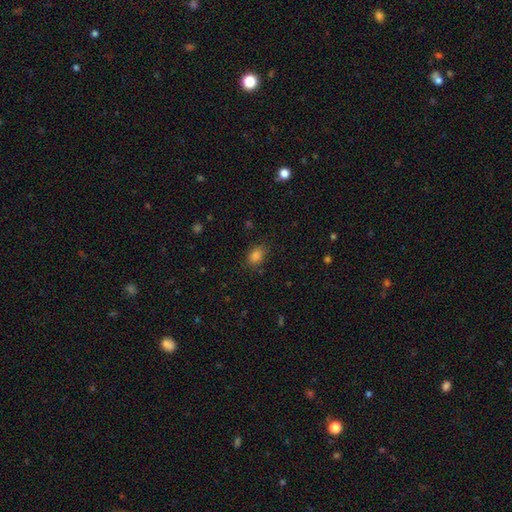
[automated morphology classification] A smooth galaxy with no disk features (83%) that is in between round and cigar-shaped (73%).

Vote fractions:
- Smooth or featured? smooth: 83% / star or artifact: 12% / featured or disk: 4%
- How rounded? in between: 73% / round: 26% / cigar-shaped: 1%
- Merging? none: 82% / minor disturbance: 13% / major disturbance: 4% / merger: 1%